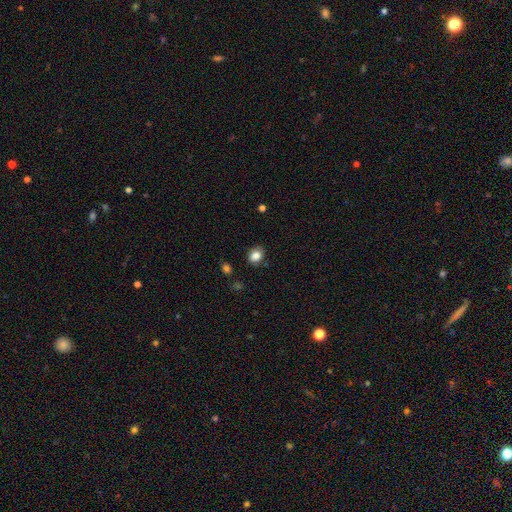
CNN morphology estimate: smooth_or_featured: smooth (p=0.85) [alt: star or artifact p=0.09]
how_rounded: in between (p=0.53) [alt: round p=0.46]
merging: none (p=0.82) [alt: minor disturbance p=0.13]